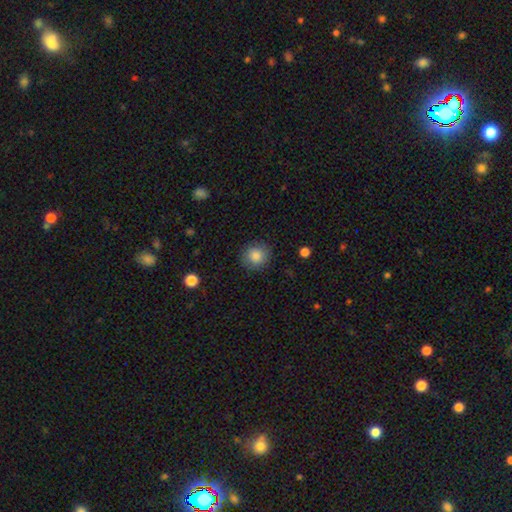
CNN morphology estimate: Smooth or featured: smooth — 85% (star or artifact — 9%)
How rounded: round — 90% (in between — 9%)
Merging: none — 86% (minor disturbance — 10%)